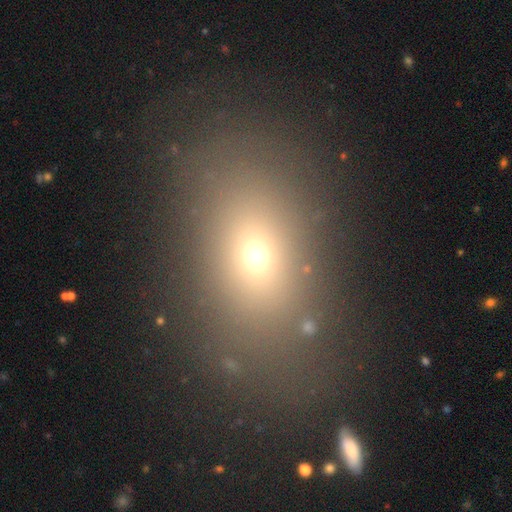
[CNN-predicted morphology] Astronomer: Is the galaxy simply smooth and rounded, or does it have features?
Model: smooth — 65%.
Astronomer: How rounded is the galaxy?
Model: in between — 75%.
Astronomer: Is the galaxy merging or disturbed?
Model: none — 79%.